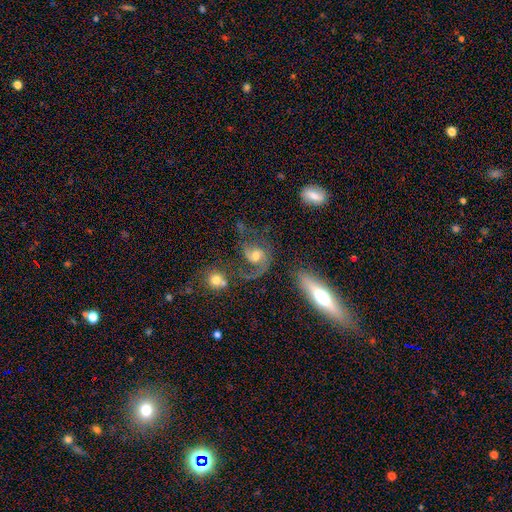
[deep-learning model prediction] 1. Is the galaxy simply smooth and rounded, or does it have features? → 80% featured or disk, 12% smooth, 8% star or artifact.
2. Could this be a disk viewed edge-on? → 97% no, 3% yes.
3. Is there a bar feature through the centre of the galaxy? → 51% no, 39% weak, 10% strong.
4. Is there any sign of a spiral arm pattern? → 94% yes, 6% no.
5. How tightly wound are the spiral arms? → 48% medium, 38% loose, 14% tight.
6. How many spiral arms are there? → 76% 2, 17% 1, 4% can't tell, 1% 3, 1% 4, 1% more than 4.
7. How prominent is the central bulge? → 62% moderate, 20% small, 13% large, 3% none, 2% dominant.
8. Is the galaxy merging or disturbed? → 48% none, 24% major disturbance, 18% minor disturbance, 10% merger.